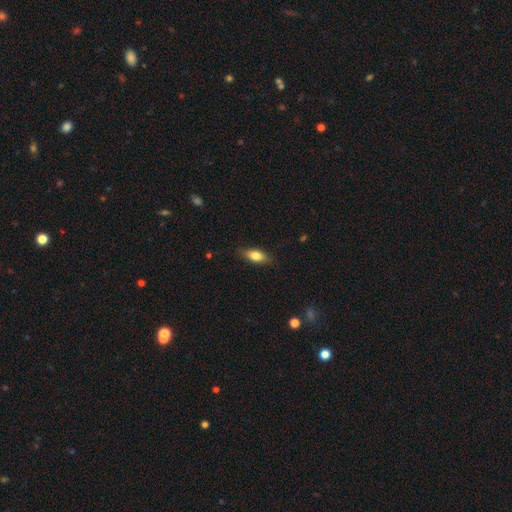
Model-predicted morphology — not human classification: Smooth or featured? smooth (75%)
How rounded? in between (74%)
Merging? none (83%)